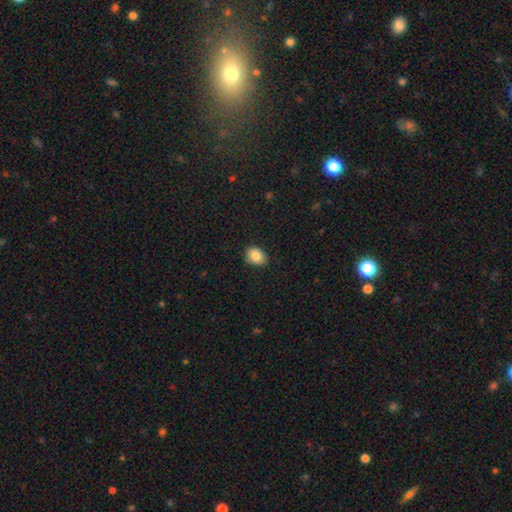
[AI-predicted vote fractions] Smooth or featured? Predicted: smooth (p=0.85). How rounded? Predicted: in between (p=0.67). Merging? Predicted: none (p=0.85).